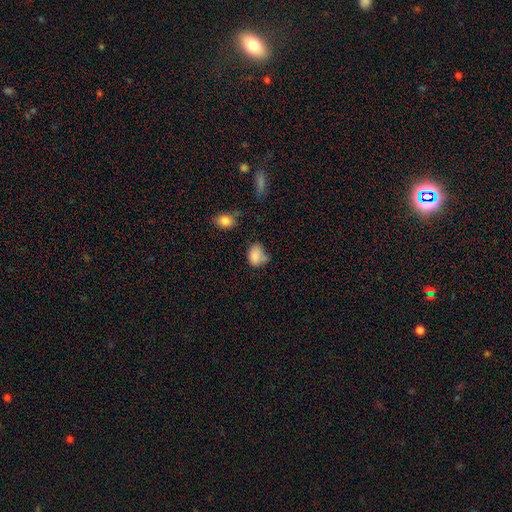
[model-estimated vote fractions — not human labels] Smooth or featured?
  - smooth: 81% *
  - star or artifact: 10%
  - featured or disk: 10%
How rounded?
  - in between: 60% *
  - round: 39%
  - cigar-shaped: 1%
Merging?
  - none: 39% *
  - minor disturbance: 36%
  - major disturbance: 15%
  - merger: 10%